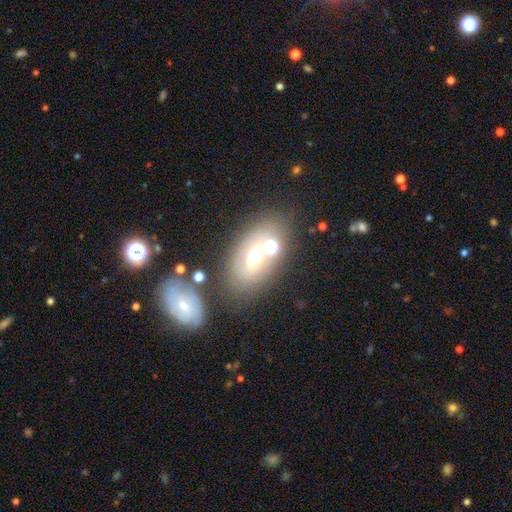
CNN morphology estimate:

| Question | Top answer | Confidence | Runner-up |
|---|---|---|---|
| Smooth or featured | smooth | 42% | featured or disk (36%) |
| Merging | none | 60% | merger (19%) |